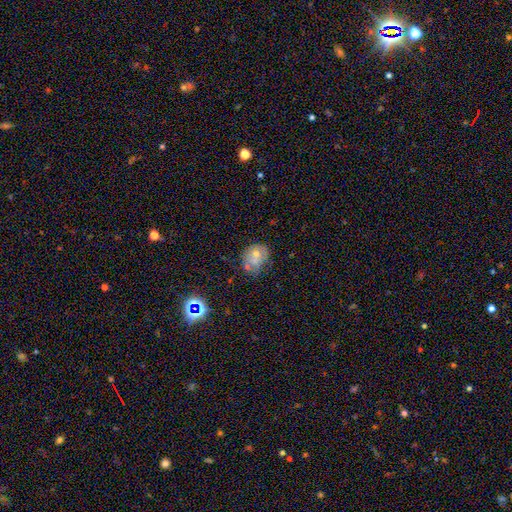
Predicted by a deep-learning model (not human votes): Smooth or featured?
  - smooth: 61% *
  - featured or disk: 27%
  - star or artifact: 11%
How rounded?
  - in between: 54% *
  - round: 45%
  - cigar-shaped: 1%
Merging?
  - none: 40% *
  - merger: 27%
  - minor disturbance: 24%
  - major disturbance: 9%